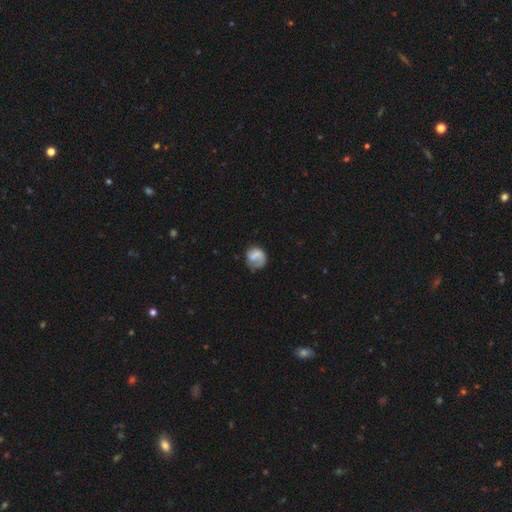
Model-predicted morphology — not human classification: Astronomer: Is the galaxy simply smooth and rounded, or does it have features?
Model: smooth — 54% (runner-up: featured or disk, 39%).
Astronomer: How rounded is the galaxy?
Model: round — 73%.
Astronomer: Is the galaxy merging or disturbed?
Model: none — 50%.